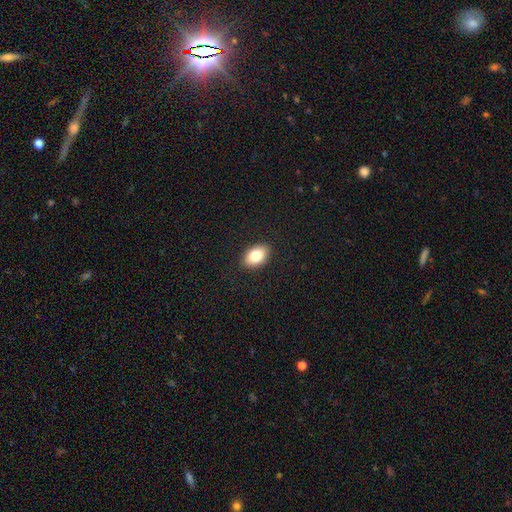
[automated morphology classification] Smooth or featured?
  - smooth: 82% *
  - featured or disk: 10%
  - star or artifact: 8%
How rounded?
  - in between: 89% *
  - round: 10%
  - cigar-shaped: 1%
Merging?
  - none: 90% *
  - minor disturbance: 7%
  - major disturbance: 2%
  - merger: 1%